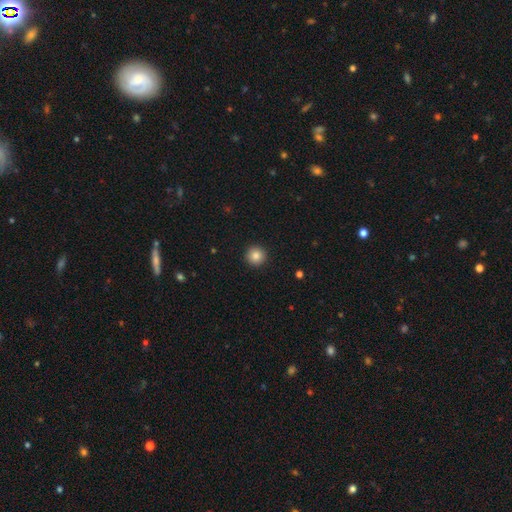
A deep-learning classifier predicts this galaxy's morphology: smooth-or-featured: smooth: 85% | star or artifact: 10% | featured or disk: 5%
  how-rounded: round: 96% | in between: 3% | cigar-shaped: 1%
  merging: none: 93% | minor disturbance: 4% | major disturbance: 2% | merger: 1%